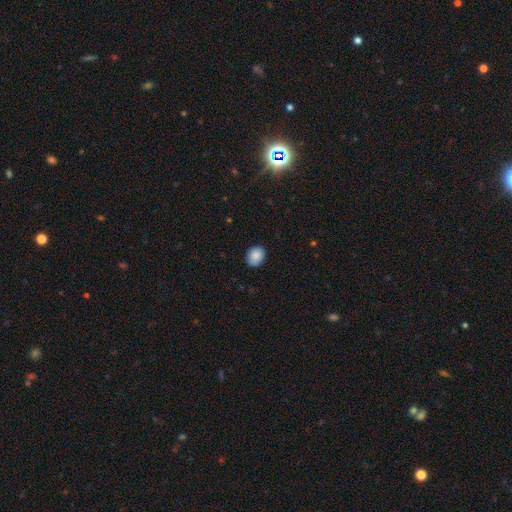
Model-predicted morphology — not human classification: Smooth or featured? smooth (88%)
How rounded? round (54%)
Merging? none (86%)